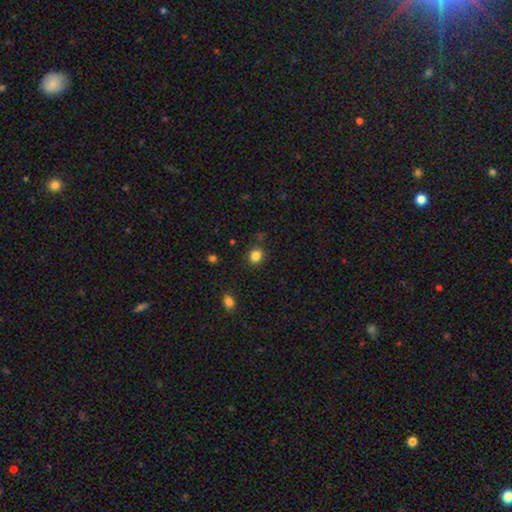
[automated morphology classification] Smooth or featured?
  - smooth: 84% *
  - star or artifact: 12%
  - featured or disk: 4%
How rounded?
  - round: 73% *
  - in between: 26%
  - cigar-shaped: 1%
Merging?
  - none: 85% *
  - minor disturbance: 9%
  - major disturbance: 3%
  - merger: 2%